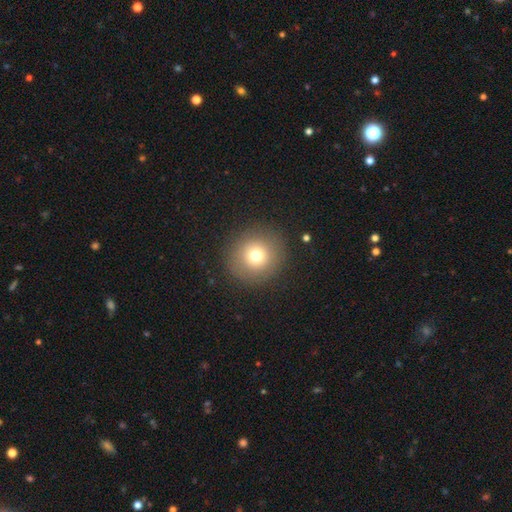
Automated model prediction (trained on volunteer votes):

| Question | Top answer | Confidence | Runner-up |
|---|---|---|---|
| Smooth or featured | smooth | 74% | star or artifact (13%) |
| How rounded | round | 93% | in between (6%) |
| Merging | none | 89% | minor disturbance (6%) |